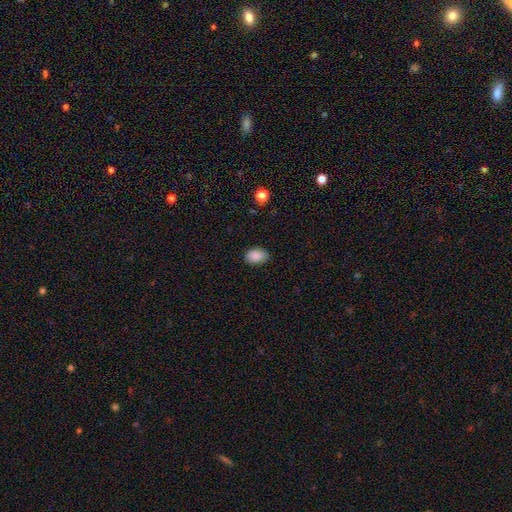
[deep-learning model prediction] Smooth or featured? Predicted: smooth (p=0.88). How rounded? Predicted: in between (p=0.86). Merging? Predicted: none (p=0.81).